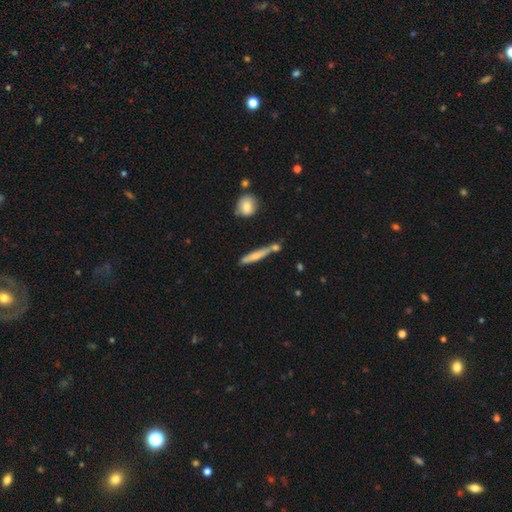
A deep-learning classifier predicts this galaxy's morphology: type=smooth (65%); roundness=cigar-shaped (90%); merging=none (63%).